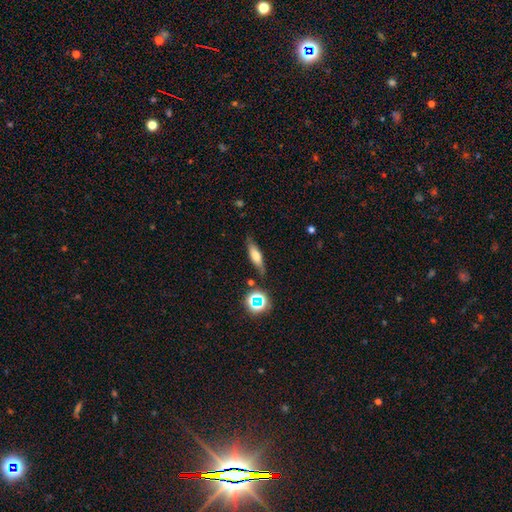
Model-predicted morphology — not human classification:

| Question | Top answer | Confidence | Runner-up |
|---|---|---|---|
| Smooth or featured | smooth | 58% | featured or disk (30%) |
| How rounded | cigar-shaped | 56% | in between (39%) |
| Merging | none | 77% | minor disturbance (15%) |